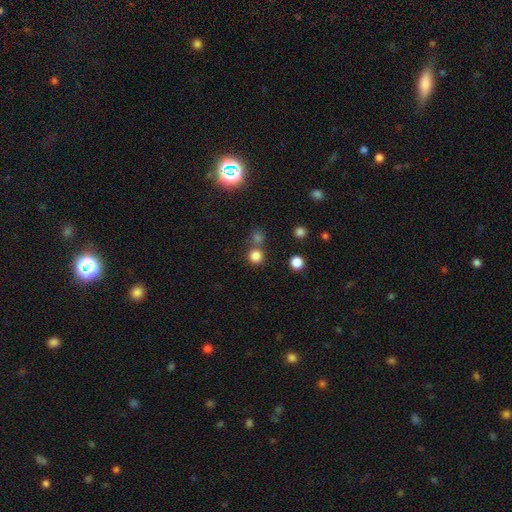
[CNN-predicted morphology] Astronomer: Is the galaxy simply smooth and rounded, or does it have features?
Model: smooth — 79%.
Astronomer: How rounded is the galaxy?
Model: round — 92%.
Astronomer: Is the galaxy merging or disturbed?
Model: none — 68%.